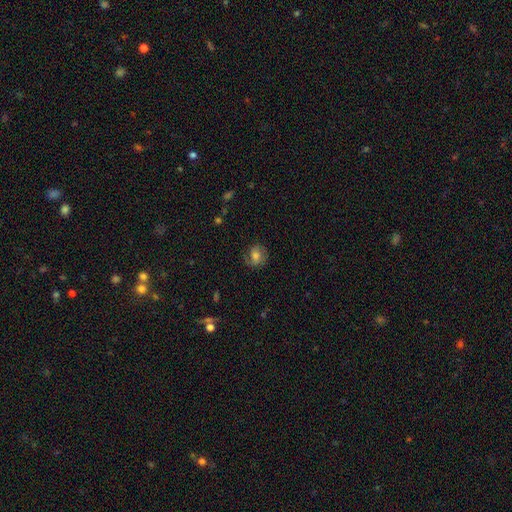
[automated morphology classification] This is possibly a smooth galaxy (54%). How rounded: likely round (66%). Merging: likely none (73%).